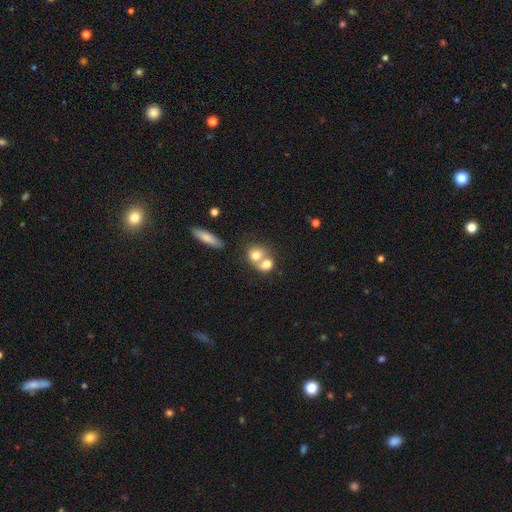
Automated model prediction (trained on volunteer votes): Smooth or featured? Predicted: smooth (p=0.73). How rounded? Predicted: round (p=0.62). Merging? Predicted: merger (p=0.64).